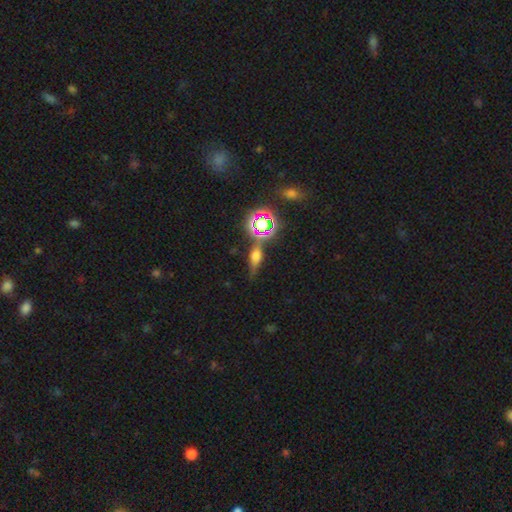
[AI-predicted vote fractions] Smooth or featured?
  - featured or disk: 37% *
  - smooth: 35%
  - star or artifact: 27%
Merging?
  - none: 70% *
  - minor disturbance: 16%
  - merger: 8%
  - major disturbance: 6%